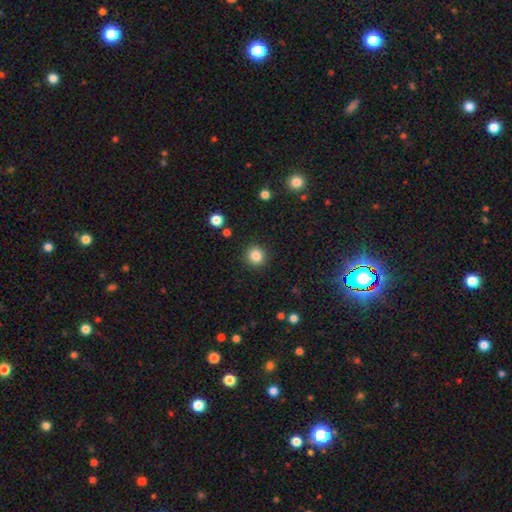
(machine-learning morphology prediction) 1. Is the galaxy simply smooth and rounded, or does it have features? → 85% smooth, 11% star or artifact, 4% featured or disk.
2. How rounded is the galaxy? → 93% round, 6% in between, 1% cigar-shaped.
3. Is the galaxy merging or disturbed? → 91% none, 6% minor disturbance, 2% major disturbance, 1% merger.